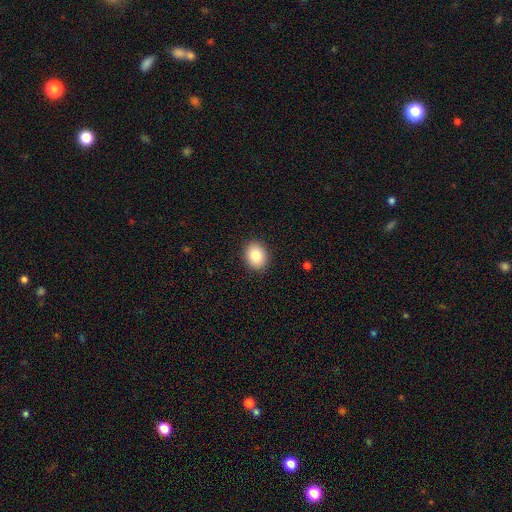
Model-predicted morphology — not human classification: This appears to be a smooth galaxy with no disk features (84%) that is in between round and cigar-shaped (53%). Merging: none (91%).